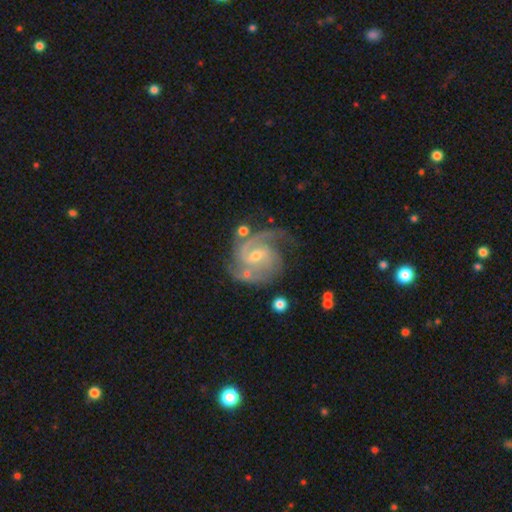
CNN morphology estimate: Overall: featured or disk (92%). Edge-on disk: no (98%). Bar: weak (52%; no 31%). Spiral arms: yes (98%). Spiral arm count: 2 (54%; 3 26%). Spiral winding: medium (46%; tight 45%). Bulge size: small (56%; moderate 41%). Merging: none (64%).